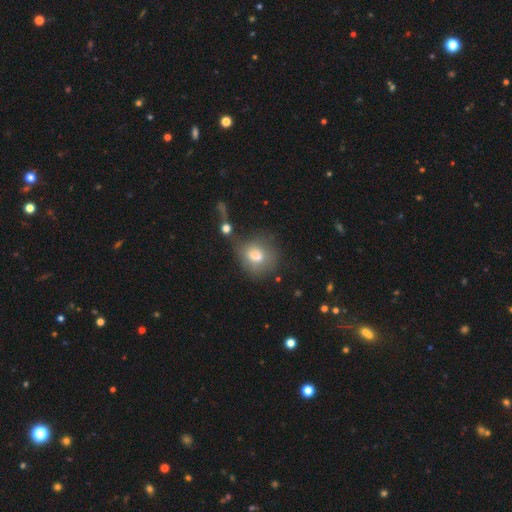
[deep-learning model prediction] Smooth or featured?
  - smooth: 75% *
  - featured or disk: 14%
  - star or artifact: 11%
How rounded?
  - round: 66% *
  - in between: 33%
  - cigar-shaped: 1%
Merging?
  - none: 52% *
  - minor disturbance: 21%
  - merger: 15%
  - major disturbance: 13%